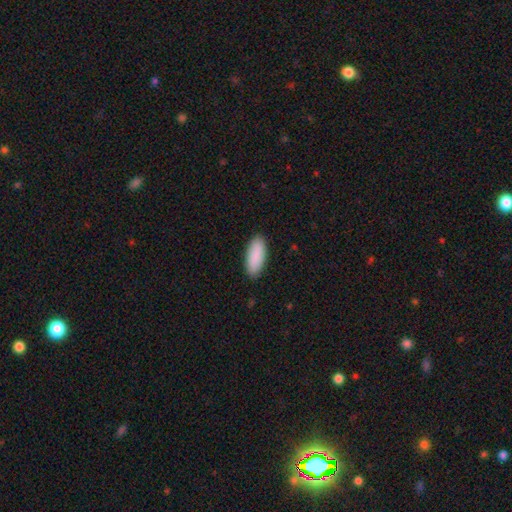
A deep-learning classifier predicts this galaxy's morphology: smooth-or-featured: smooth: 91% | star or artifact: 5% | featured or disk: 4%
  how-rounded: in between: 82% | cigar-shaped: 17% | round: 2%
  merging: none: 89% | minor disturbance: 8% | major disturbance: 2% | merger: 1%